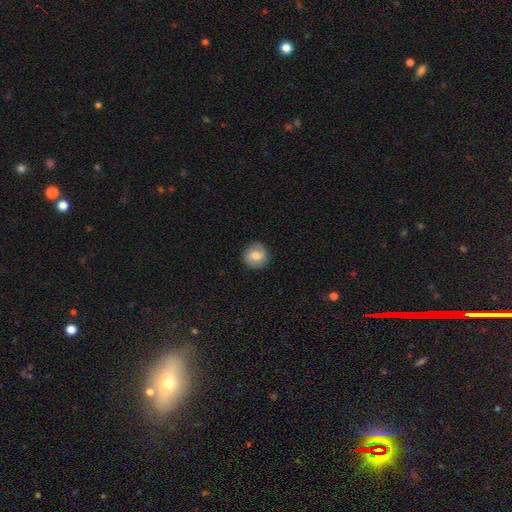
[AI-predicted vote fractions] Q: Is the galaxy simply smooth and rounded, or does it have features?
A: smooth — 69%.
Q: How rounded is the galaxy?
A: round — 90%.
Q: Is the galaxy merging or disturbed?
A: none — 88%.